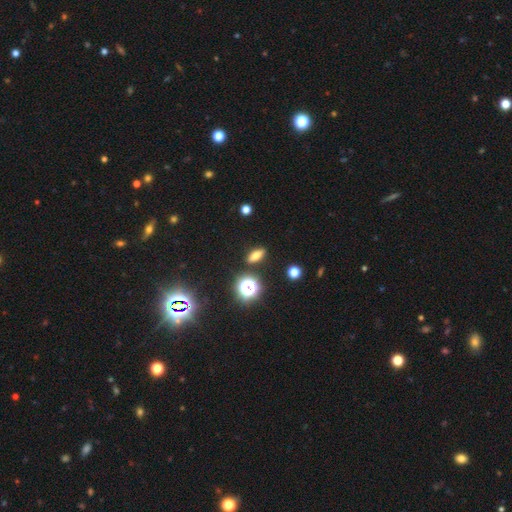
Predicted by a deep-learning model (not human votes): This is likely a smooth galaxy (65%). How rounded: likely in between (60%). Merging: clearly none (88%).